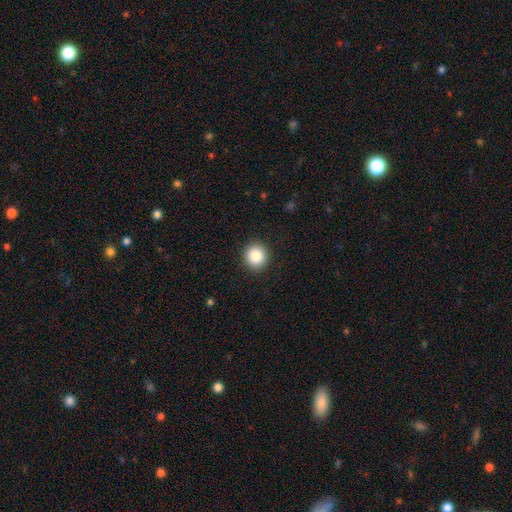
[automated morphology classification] smooth_or_featured: smooth (p=0.86) [alt: star or artifact p=0.09]
how_rounded: round (p=0.91) [alt: in between p=0.08]
merging: none (p=0.92) [alt: minor disturbance p=0.06]